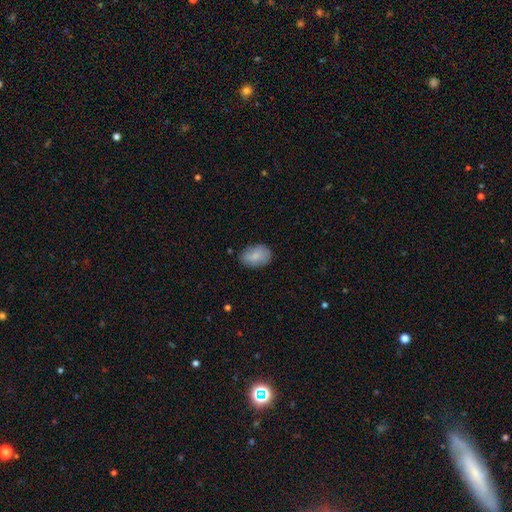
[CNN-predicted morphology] Smooth or featured: smooth — 81% (featured or disk — 13%)
How rounded: in between — 84% (round — 14%)
Merging: none — 77% (minor disturbance — 18%)